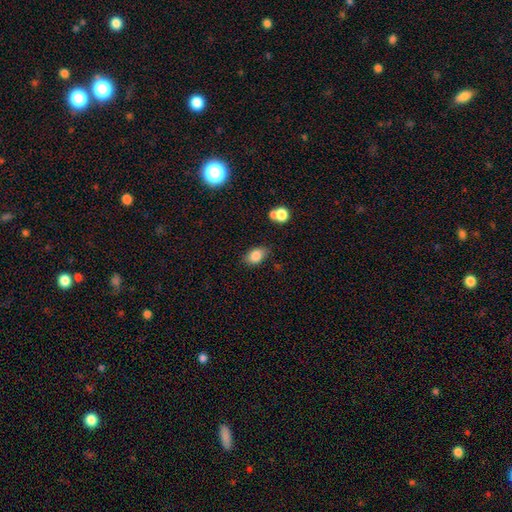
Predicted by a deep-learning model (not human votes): Smooth or featured? Predicted: smooth (p=0.84). How rounded? Predicted: in between (p=0.84). Merging? Predicted: none (p=0.75).